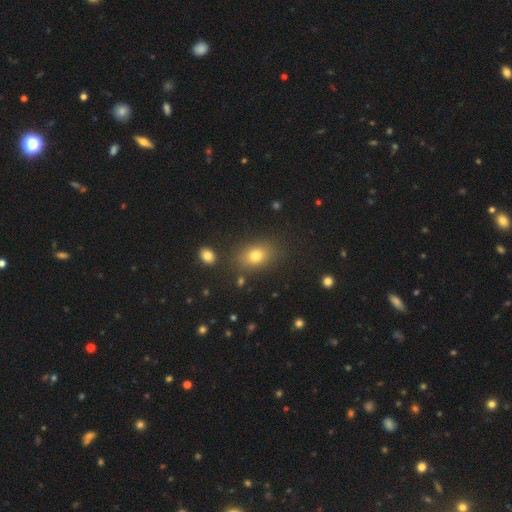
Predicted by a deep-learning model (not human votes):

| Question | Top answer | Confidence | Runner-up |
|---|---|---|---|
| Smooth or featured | smooth | 77% | star or artifact (13%) |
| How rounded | in between | 75% | round (23%) |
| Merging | none | 83% | minor disturbance (10%) |